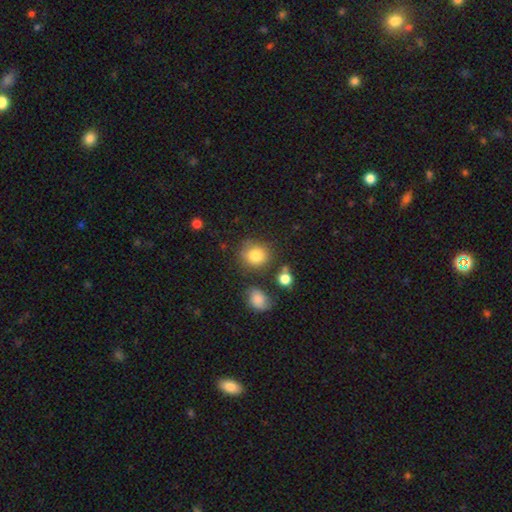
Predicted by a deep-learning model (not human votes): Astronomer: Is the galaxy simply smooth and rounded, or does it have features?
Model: smooth — 82%.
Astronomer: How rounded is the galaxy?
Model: round — 82%.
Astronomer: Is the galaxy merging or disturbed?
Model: none — 76%.